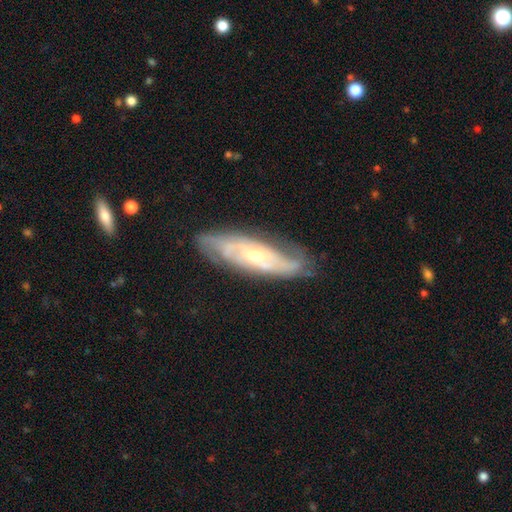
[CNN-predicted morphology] This is likely a featured or disk galaxy (80%). It is likely not viewed edge-on (78%). Bar: likely no (62%). Spiral arm pattern: clearly yes (88%). Spiral arm count: possibly can't tell (46%). Spiral winding: possibly tight (56%). Central bulge: possibly moderate (52%). Merging: likely none (75%).